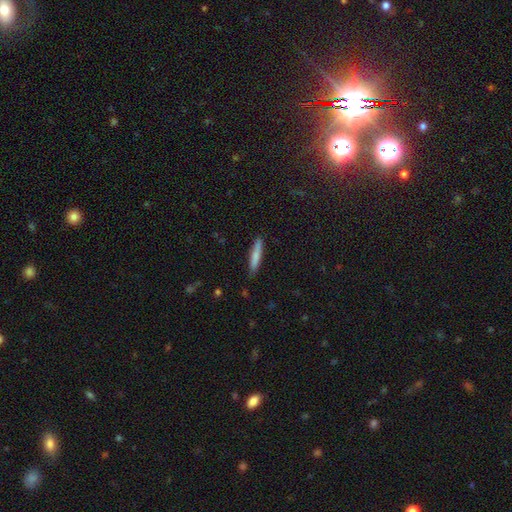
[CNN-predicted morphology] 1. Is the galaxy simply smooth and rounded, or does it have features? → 76% smooth, 19% featured or disk, 6% star or artifact.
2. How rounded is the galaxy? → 90% cigar-shaped, 8% in between, 1% round.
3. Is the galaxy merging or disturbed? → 86% none, 11% minor disturbance, 2% major disturbance, 1% merger.